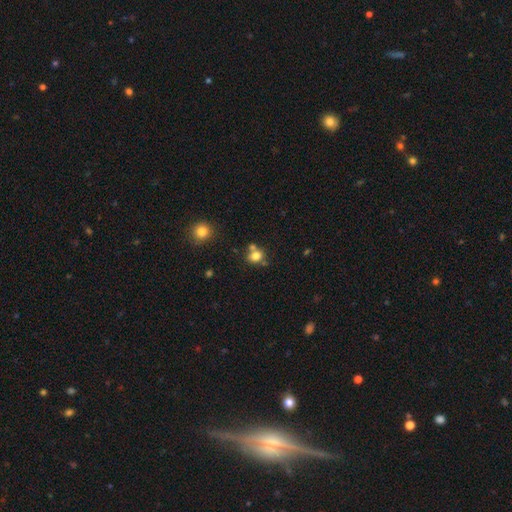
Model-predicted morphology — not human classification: This is likely a smooth galaxy (77%). How rounded: likely round (74%). Merging: possibly none (55%).